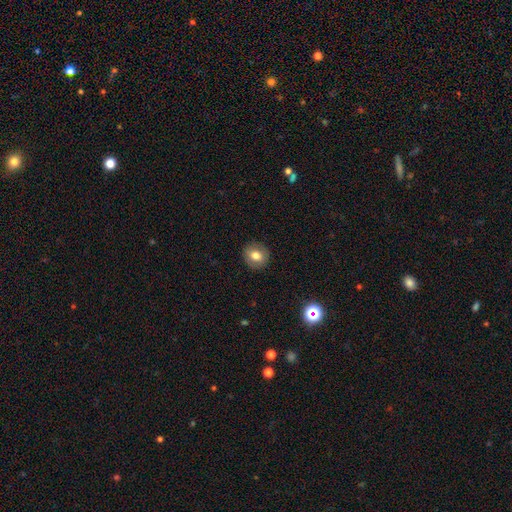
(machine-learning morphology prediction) Smooth or featured?
  - smooth: 74% *
  - featured or disk: 16%
  - star or artifact: 10%
How rounded?
  - round: 81% *
  - in between: 18%
  - cigar-shaped: 1%
Merging?
  - none: 89% *
  - minor disturbance: 8%
  - major disturbance: 2%
  - merger: 1%